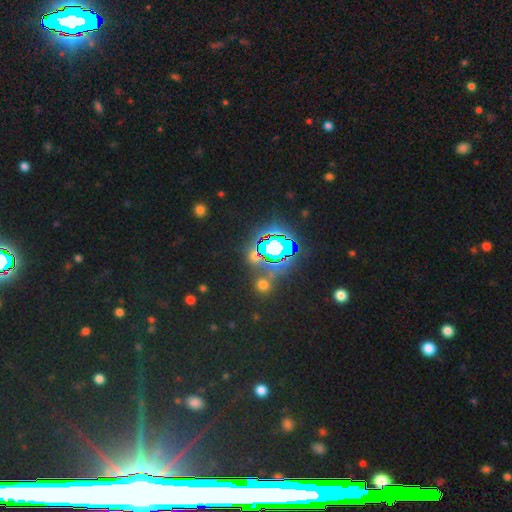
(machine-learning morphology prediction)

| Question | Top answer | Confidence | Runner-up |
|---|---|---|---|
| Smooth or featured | star or artifact | 65% | smooth (26%) |